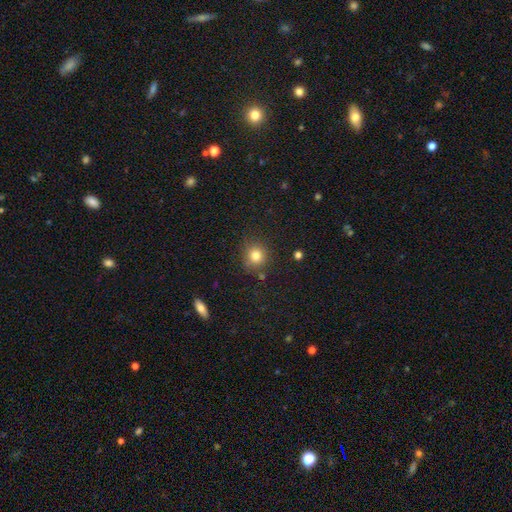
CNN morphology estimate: smooth_or_featured: smooth (p=0.81) [alt: star or artifact p=0.12]
how_rounded: round (p=0.88) [alt: in between p=0.11]
merging: none (p=0.82) [alt: minor disturbance p=0.11]